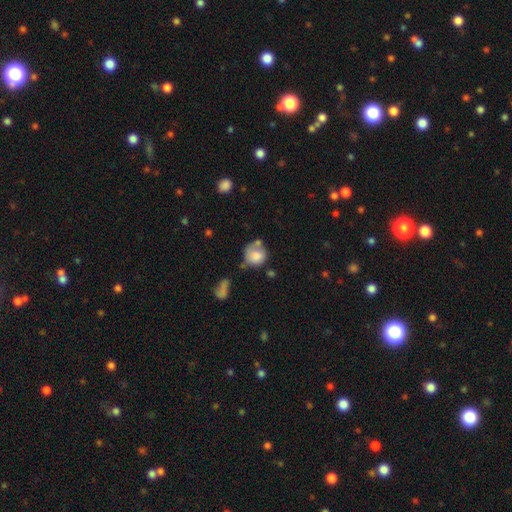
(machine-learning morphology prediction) A smooth galaxy with no disk features (74%) that is round (74%). Merging: none (37%).